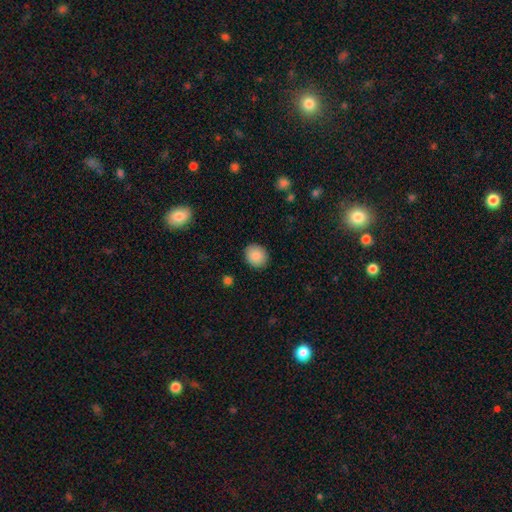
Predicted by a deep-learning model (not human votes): Smooth or featured? Predicted: smooth (p=0.87). How rounded? Predicted: round (p=0.77). Merging? Predicted: none (p=0.90).